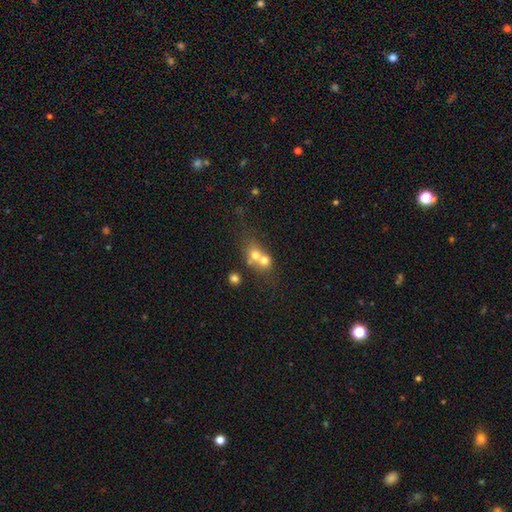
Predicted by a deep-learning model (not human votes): This appears to be a smooth galaxy with no disk features (61%) that is round (66%). Merging: merger (66%).